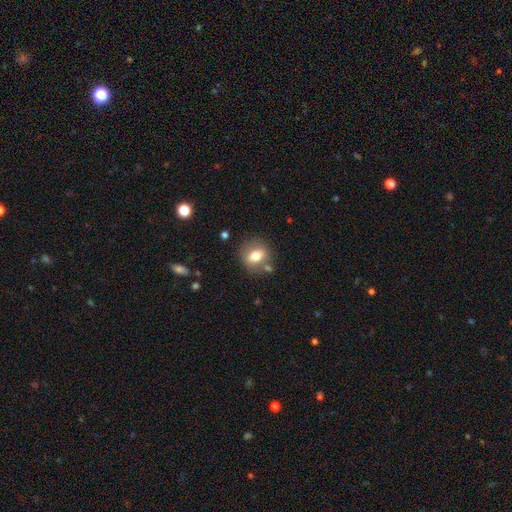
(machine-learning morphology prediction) Smooth or featured: smooth — 69% (featured or disk — 22%)
How rounded: round — 56% (in between — 42%)
Merging: none — 77% (minor disturbance — 12%)